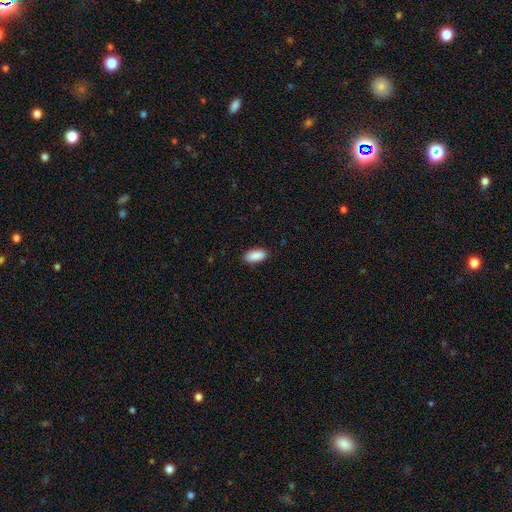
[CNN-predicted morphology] Smooth or featured: smooth — 91% (star or artifact — 6%)
How rounded: in between — 92% (cigar-shaped — 6%)
Merging: none — 89% (minor disturbance — 8%)